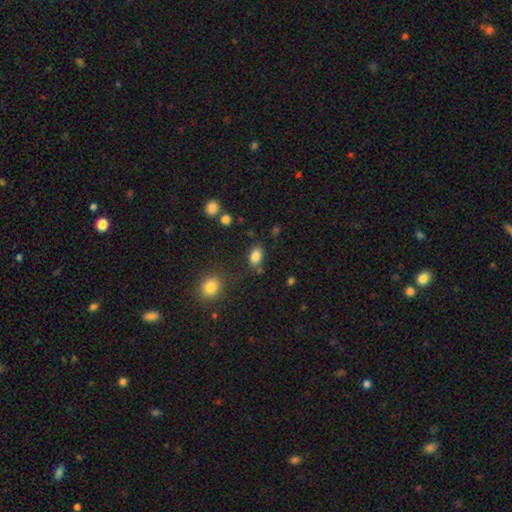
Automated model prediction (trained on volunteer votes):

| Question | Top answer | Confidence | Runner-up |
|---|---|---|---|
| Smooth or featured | smooth | 85% | star or artifact (10%) |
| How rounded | in between | 81% | round (18%) |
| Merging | none | 76% | minor disturbance (14%) |